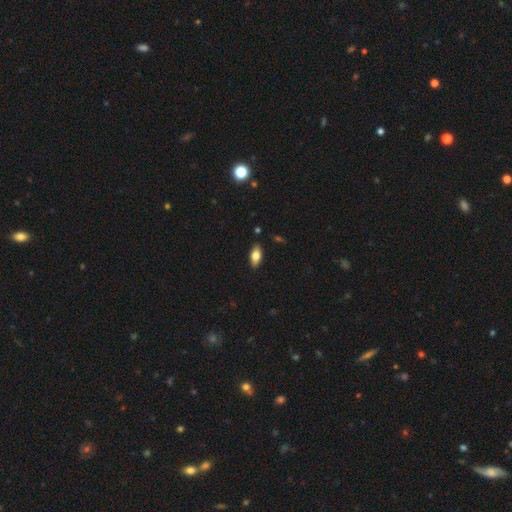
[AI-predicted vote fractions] Smooth or featured? smooth (74%)
How rounded? in between (85%)
Merging? none (87%)